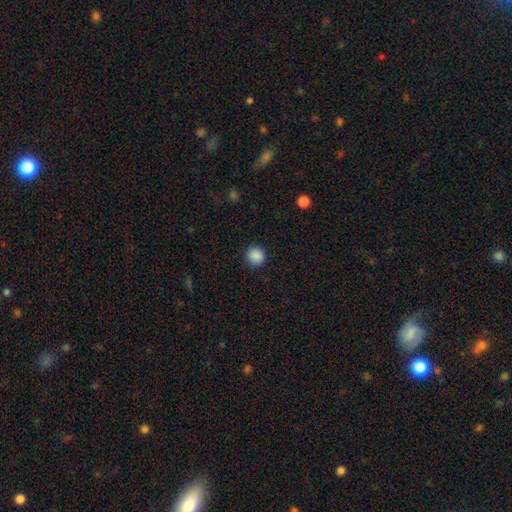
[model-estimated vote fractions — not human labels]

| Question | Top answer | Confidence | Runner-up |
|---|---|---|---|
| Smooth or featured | smooth | 89% | star or artifact (9%) |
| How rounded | round | 90% | in between (9%) |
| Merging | none | 89% | minor disturbance (7%) |